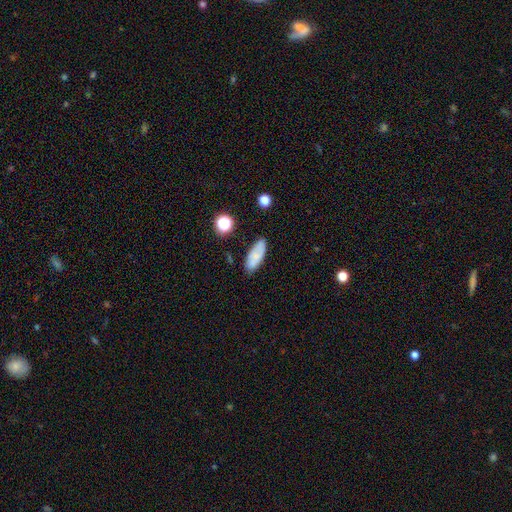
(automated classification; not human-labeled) This is likely a smooth galaxy (74%). How rounded: likely in between (78%). Merging: likely none (77%).